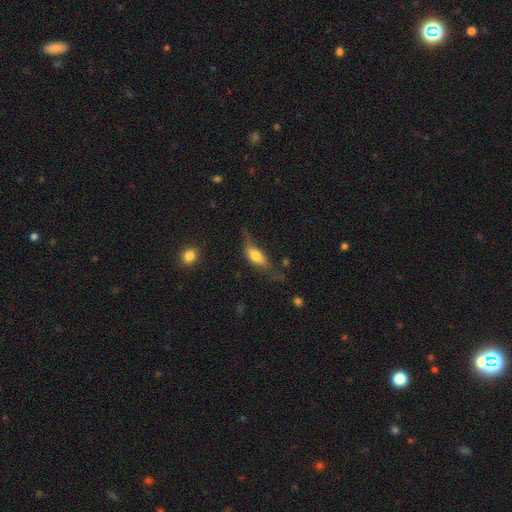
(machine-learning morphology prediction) smooth 58%, featured or disk 35%, star or artifact 7%. Down the decision tree: how rounded — in between (68%); merging — none (47%).